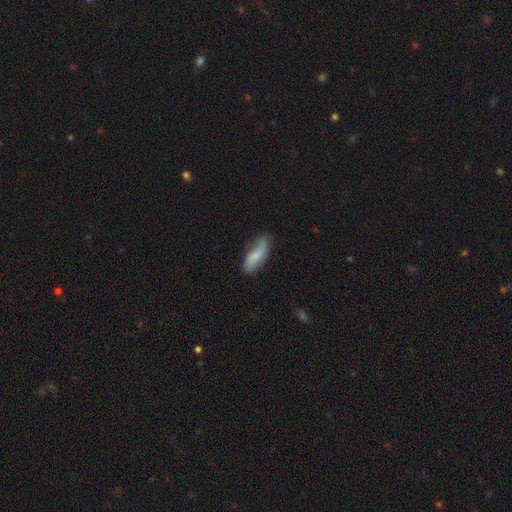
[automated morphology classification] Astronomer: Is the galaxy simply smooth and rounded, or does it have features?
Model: smooth — 72%.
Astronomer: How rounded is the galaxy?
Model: in between — 71%.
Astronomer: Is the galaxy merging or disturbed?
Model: none — 57%.